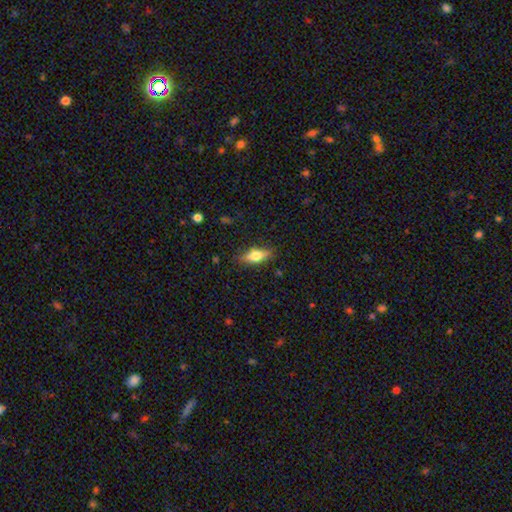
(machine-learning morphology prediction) A smooth galaxy with no disk features (65%) that is in between round and cigar-shaped (66%). Merging: none (83%).